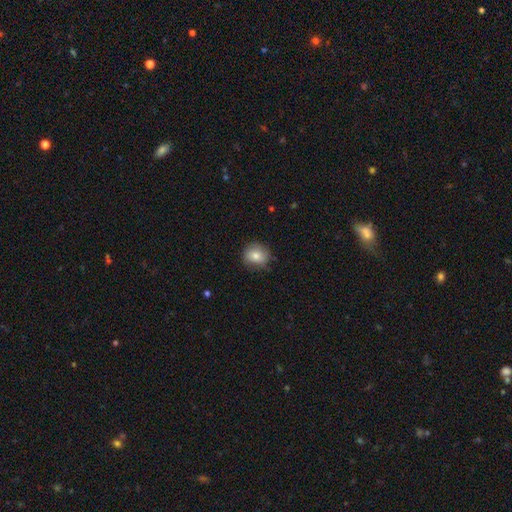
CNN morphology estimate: smooth 76%, featured or disk 16%, star or artifact 9%. Down the decision tree: how rounded — round (79%); merging — none (75%).